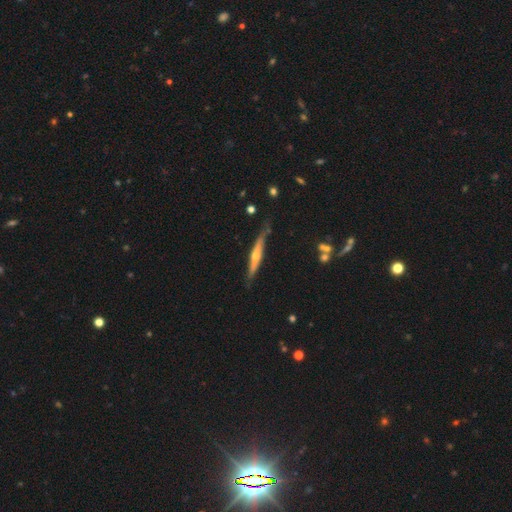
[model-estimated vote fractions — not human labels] Overall: featured or disk (68%). Edge-on disk: yes (95%). Edge-on bulge: rounded (79%). Merging: none (74%).